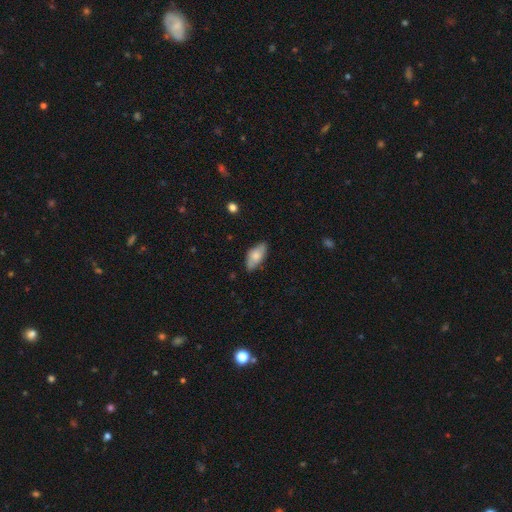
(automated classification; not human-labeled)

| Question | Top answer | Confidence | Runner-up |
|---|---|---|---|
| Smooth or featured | smooth | 69% | featured or disk (24%) |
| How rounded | in between | 89% | cigar-shaped (9%) |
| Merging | none | 76% | minor disturbance (20%) |